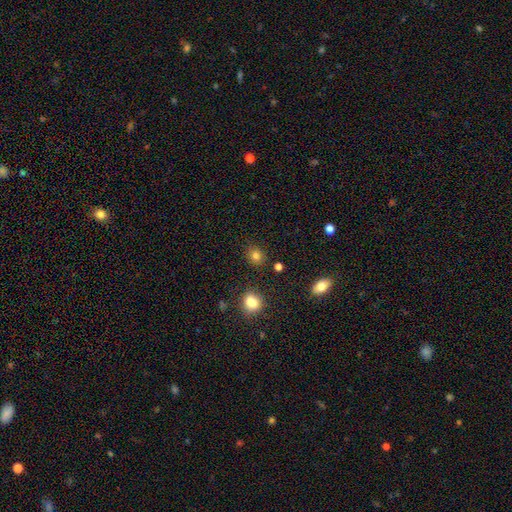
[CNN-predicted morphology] A smooth galaxy with no disk features (81%) that is round (75%).

Vote fractions:
- Smooth or featured? smooth: 81% / star or artifact: 13% / featured or disk: 6%
- How rounded? round: 75% / in between: 24% / cigar-shaped: 1%
- Merging? none: 85% / minor disturbance: 9% / merger: 3% / major disturbance: 3%